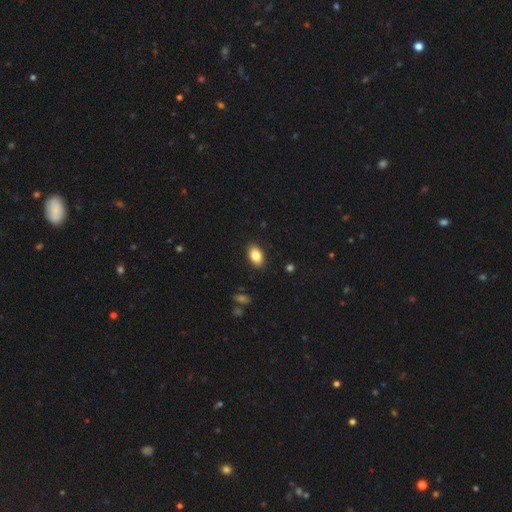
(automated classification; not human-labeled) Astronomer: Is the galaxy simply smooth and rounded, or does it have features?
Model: smooth — 84%.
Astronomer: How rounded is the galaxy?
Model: in between — 88%.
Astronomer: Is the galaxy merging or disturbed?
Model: none — 89%.